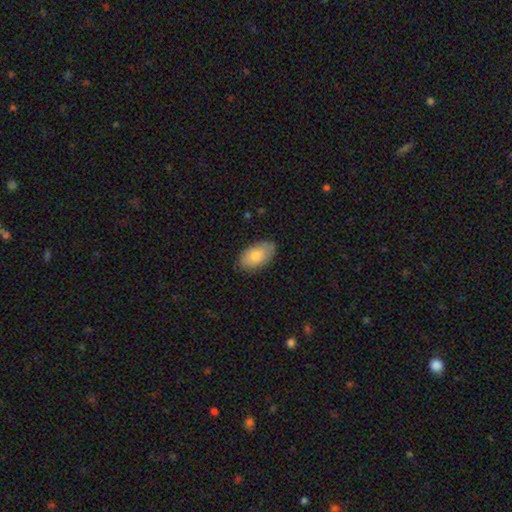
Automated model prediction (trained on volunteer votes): This is likely a smooth galaxy (79%). How rounded: clearly in between (93%). Merging: likely none (78%).